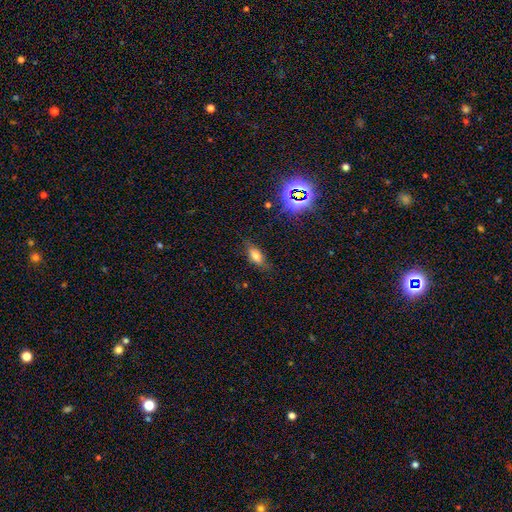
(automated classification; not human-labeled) Smooth or featured? smooth (70%)
How rounded? in between (80%)
Merging? none (77%)